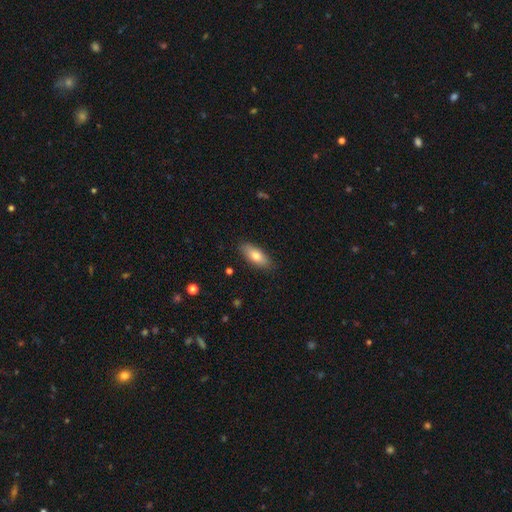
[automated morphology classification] Smooth or featured: smooth — 76% (featured or disk — 17%)
How rounded: in between — 77% (cigar-shaped — 20%)
Merging: none — 87% (minor disturbance — 10%)